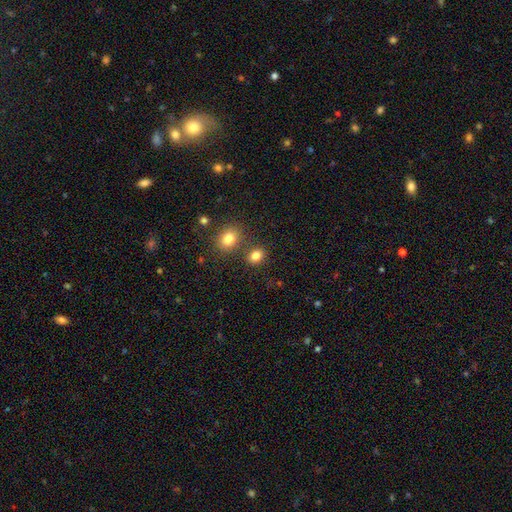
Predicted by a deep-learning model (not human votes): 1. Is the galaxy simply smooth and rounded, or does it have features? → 83% smooth, 12% star or artifact, 6% featured or disk.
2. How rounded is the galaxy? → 50% in between, 48% round, 1% cigar-shaped.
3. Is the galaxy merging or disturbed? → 73% none, 14% merger, 10% minor disturbance, 3% major disturbance.